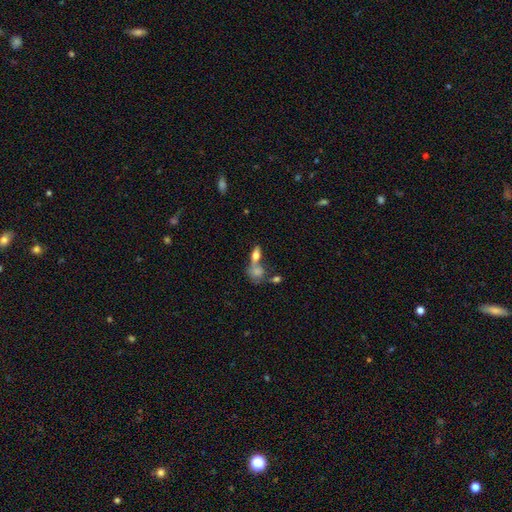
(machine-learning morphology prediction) A smooth galaxy with no disk features (64%) that is in between round and cigar-shaped (68%).

Vote fractions:
- Smooth or featured? smooth: 64% / featured or disk: 25% / star or artifact: 11%
- How rounded? in between: 68% / cigar-shaped: 21% / round: 11%
- Merging? merger: 45% / none: 37% / minor disturbance: 11% / major disturbance: 7%